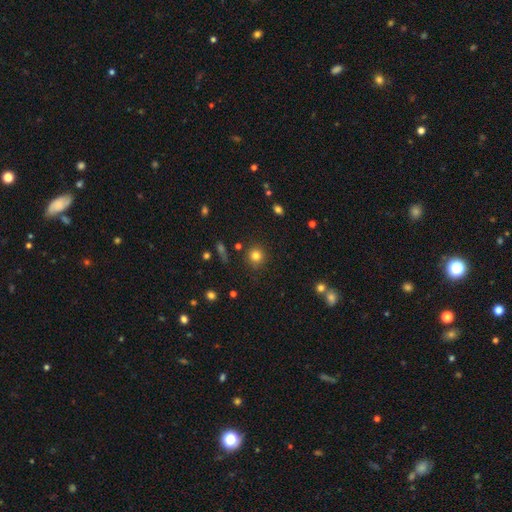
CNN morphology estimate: Smooth or featured? Predicted: smooth (p=0.79). How rounded? Predicted: round (p=0.92). Merging? Predicted: none (p=0.87).